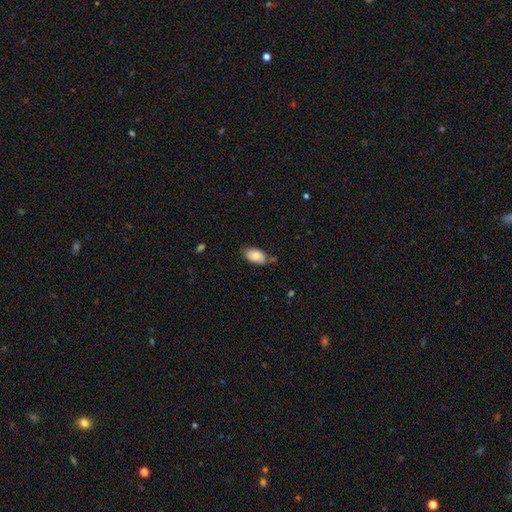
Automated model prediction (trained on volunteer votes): Q: Smooth or featured?
A: smooth (78%); runner-up: featured or disk (15%)
Q: How rounded?
A: in between (93%); runner-up: round (5%)
Q: Merging?
A: none (69%); runner-up: minor disturbance (23%)